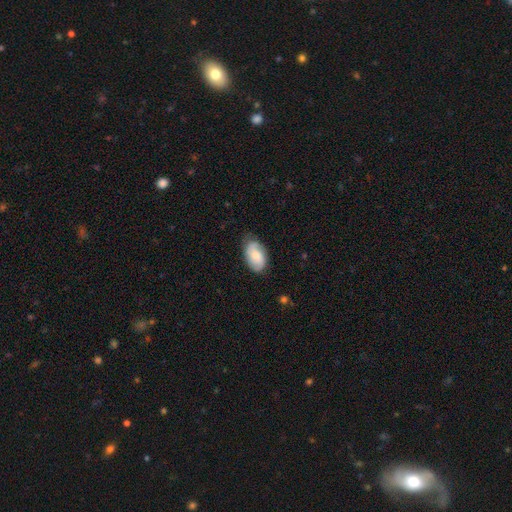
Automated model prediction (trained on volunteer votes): smooth-or-featured: smooth: 53% | featured or disk: 40% | star or artifact: 7%
  how-rounded: in between: 92% | round: 6% | cigar-shaped: 2%
  merging: none: 71% | minor disturbance: 23% | major disturbance: 5% | merger: 1%